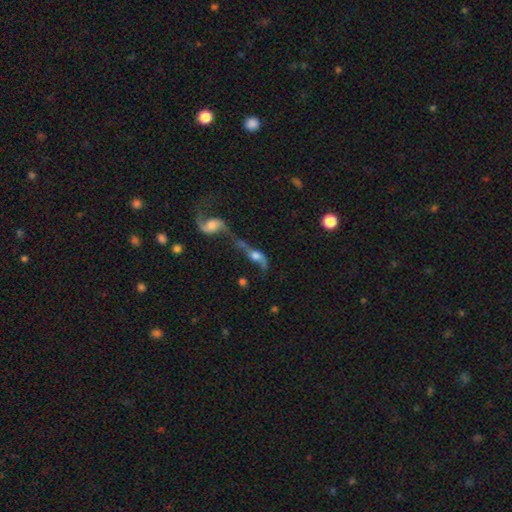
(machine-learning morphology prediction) Smooth or featured? featured or disk (61%)
Edge-on disk? no (81%)
Merging? merger (67%)